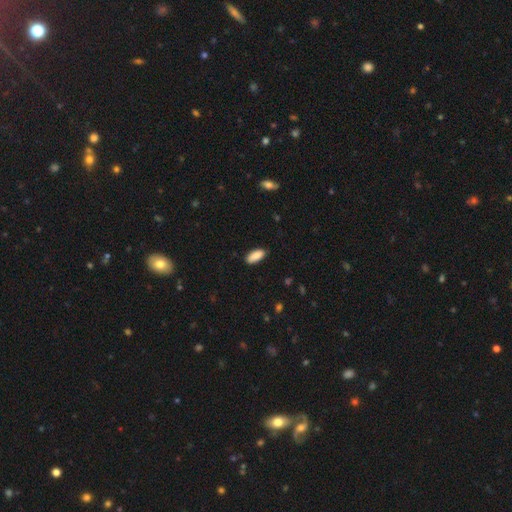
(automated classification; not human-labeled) Smooth or featured?
  - smooth: 89% *
  - star or artifact: 6%
  - featured or disk: 4%
How rounded?
  - in between: 83% *
  - cigar-shaped: 15%
  - round: 2%
Merging?
  - none: 85% *
  - minor disturbance: 12%
  - major disturbance: 2%
  - merger: 1%